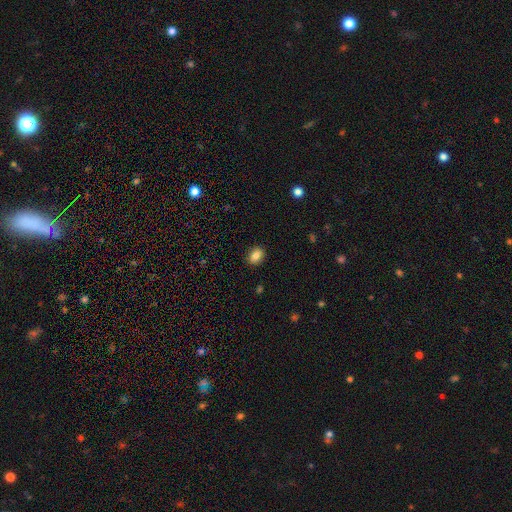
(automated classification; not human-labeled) This appears to be a smooth galaxy with no disk features (85%) that is in between round and cigar-shaped (70%). Merging: none (89%).